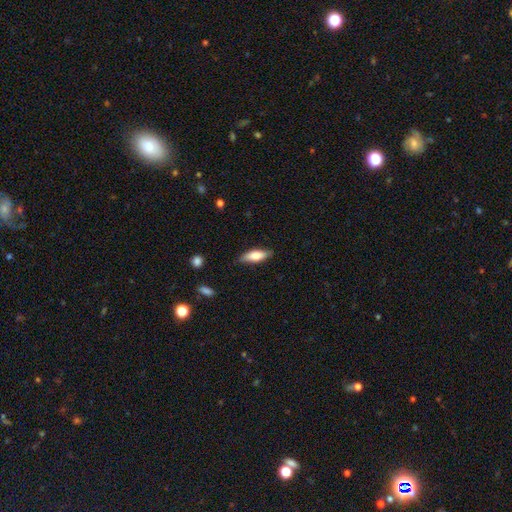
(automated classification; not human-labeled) Morphology: type=smooth (70%); roundness=in between (60%); merging=none (81%).